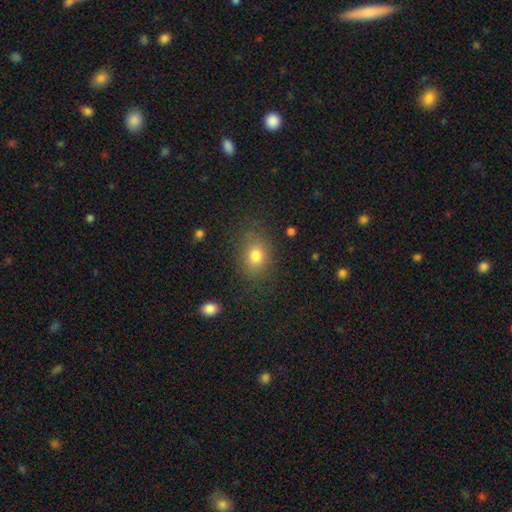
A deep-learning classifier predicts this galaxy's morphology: smooth 78%, star or artifact 12%, featured or disk 10%. Down the decision tree: how rounded — in between (58%); merging — none (78%).